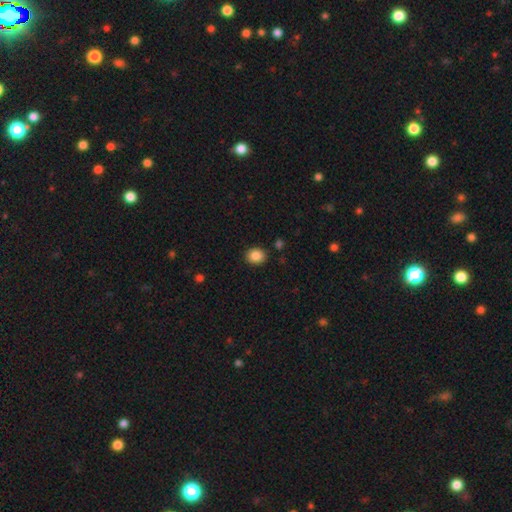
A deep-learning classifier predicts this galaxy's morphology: A smooth galaxy with no disk features (87%) that is round (63%). Merging: none (88%).